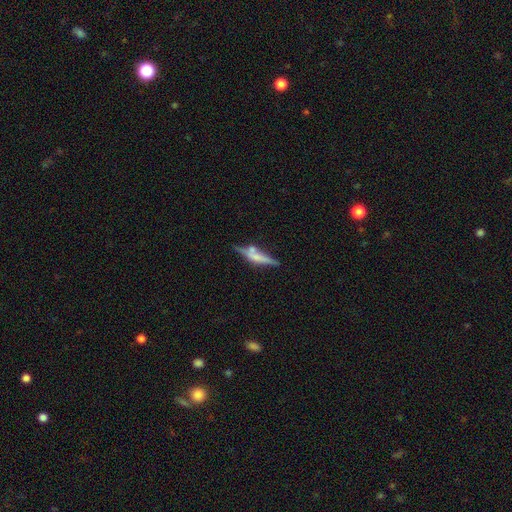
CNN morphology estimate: smooth_or_featured: featured or disk (p=0.52) [alt: smooth p=0.40]
disk_edge_on: yes (p=0.88) [alt: no p=0.12]
merging: none (p=0.49) [alt: merger p=0.26]